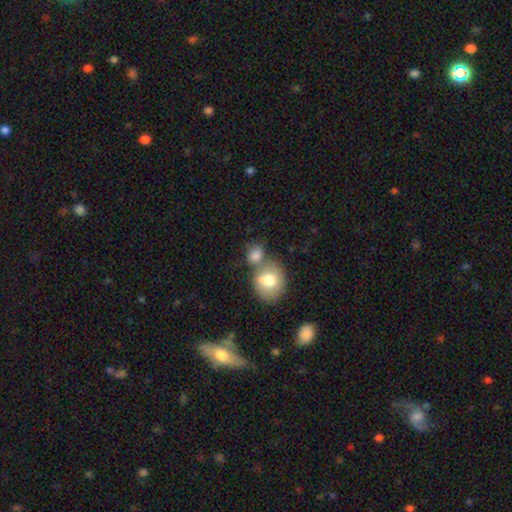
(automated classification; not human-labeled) Morphology: type=smooth (79%); roundness=round (58%); merging=merger (44%).